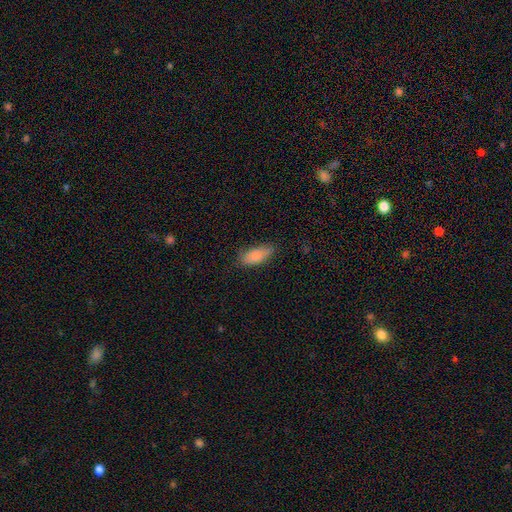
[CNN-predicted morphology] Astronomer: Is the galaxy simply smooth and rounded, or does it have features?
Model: smooth — 87%.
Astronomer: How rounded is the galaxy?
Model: in between — 82%.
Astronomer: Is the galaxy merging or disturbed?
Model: none — 78%.